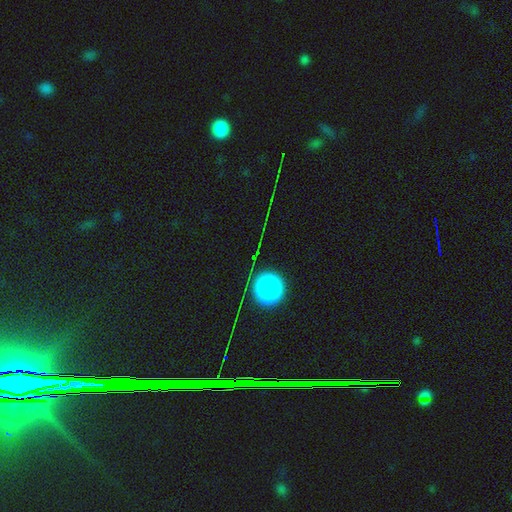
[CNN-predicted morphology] star or artifact 61%, smooth 28%, featured or disk 11%.